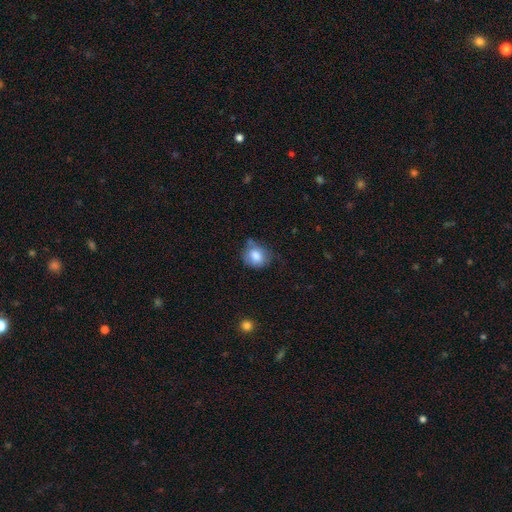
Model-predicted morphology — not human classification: Smooth or featured: smooth — 79% (featured or disk — 12%)
How rounded: round — 73% (in between — 26%)
Merging: none — 59% (minor disturbance — 29%)